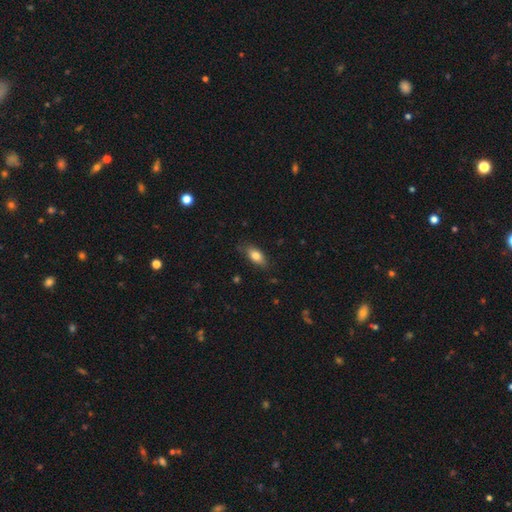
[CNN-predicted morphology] Smooth or featured?
  - smooth: 78% *
  - featured or disk: 14%
  - star or artifact: 7%
How rounded?
  - in between: 84% *
  - cigar-shaped: 12%
  - round: 4%
Merging?
  - none: 80% *
  - minor disturbance: 16%
  - major disturbance: 3%
  - merger: 1%